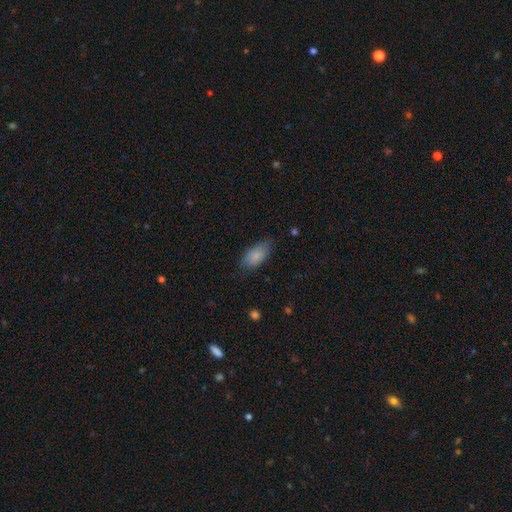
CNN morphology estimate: smooth-or-featured: smooth: 84% | featured or disk: 9% | star or artifact: 7%
  how-rounded: in between: 92% | cigar-shaped: 5% | round: 3%
  merging: none: 74% | minor disturbance: 20% | major disturbance: 4% | merger: 1%